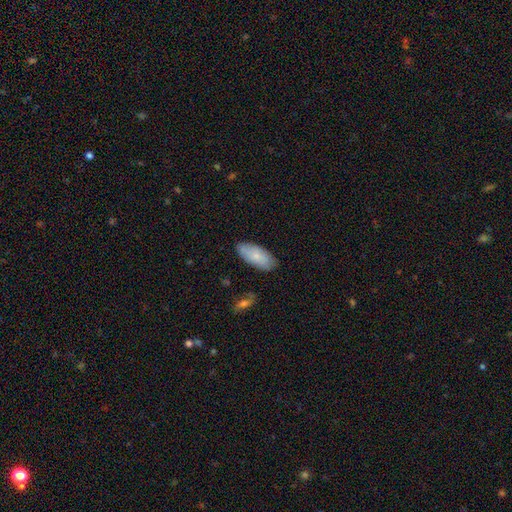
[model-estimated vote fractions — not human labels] This is likely a smooth galaxy (75%). How rounded: clearly in between (88%). Merging: likely none (80%).